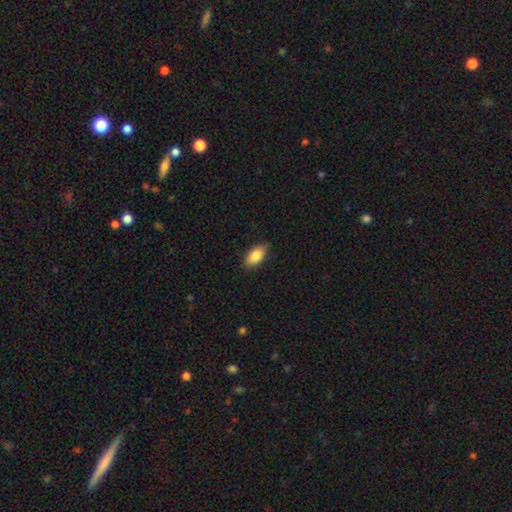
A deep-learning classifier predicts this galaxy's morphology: This appears to be a smooth galaxy with no disk features (86%) that is in between round and cigar-shaped (92%). Merging: none (85%).